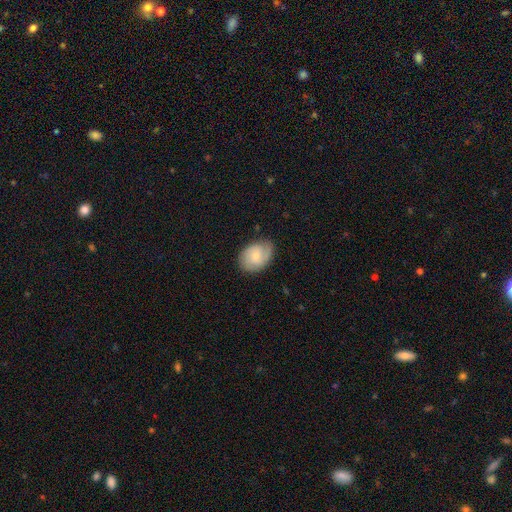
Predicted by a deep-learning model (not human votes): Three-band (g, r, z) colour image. It shows a featured or disk galaxy (48%). Merging: none (76%).